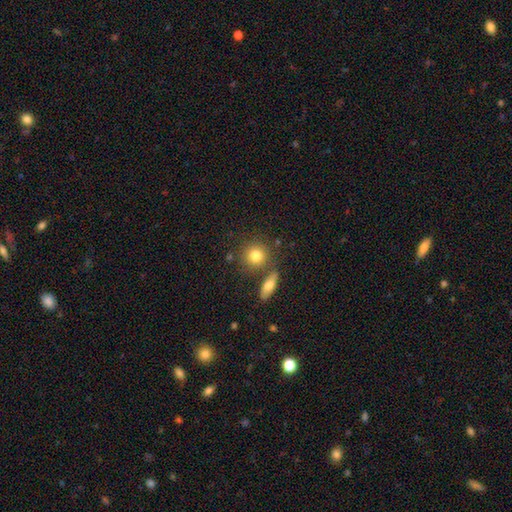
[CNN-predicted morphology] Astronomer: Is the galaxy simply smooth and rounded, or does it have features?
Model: smooth — 80%.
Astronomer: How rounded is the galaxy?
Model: round — 84%.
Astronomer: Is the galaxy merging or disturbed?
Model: none — 72%.